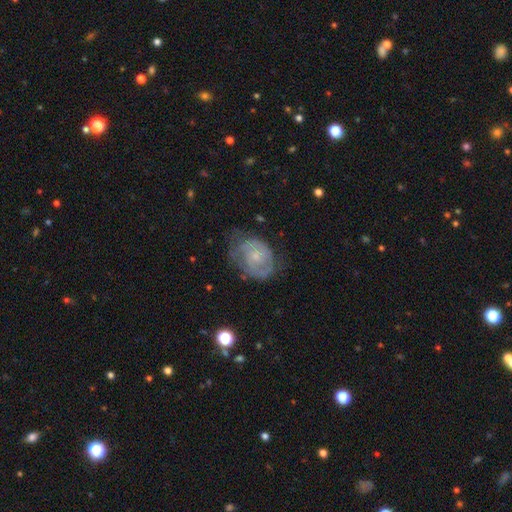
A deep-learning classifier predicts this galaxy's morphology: Smooth or featured? Predicted: featured or disk (p=0.70). Edge-on disk? Predicted: no (p=0.97). Bar? Predicted: no (p=0.74). Spiral arms? Predicted: yes (p=0.81). Spiral winding? Predicted: tight (p=0.52). Spiral arm count? Predicted: 2 (p=0.51). Bulge size? Predicted: small (p=0.65). Merging? Predicted: none (p=0.54).